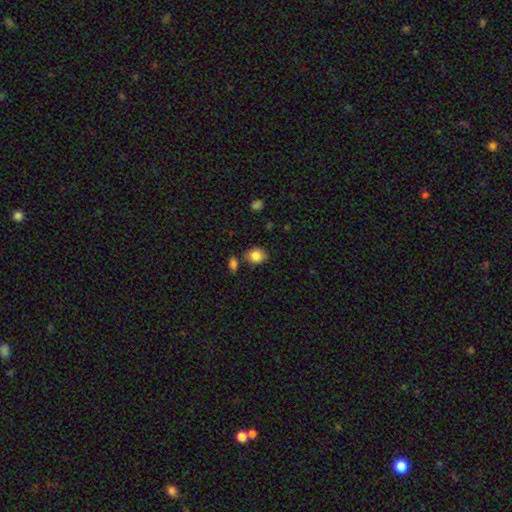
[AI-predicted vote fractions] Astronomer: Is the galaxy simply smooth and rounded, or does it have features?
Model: smooth — 85%.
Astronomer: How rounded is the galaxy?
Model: round — 62%.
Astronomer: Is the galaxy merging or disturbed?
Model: none — 77%.